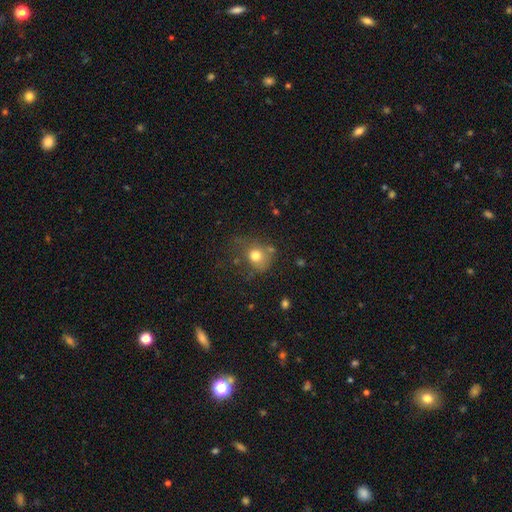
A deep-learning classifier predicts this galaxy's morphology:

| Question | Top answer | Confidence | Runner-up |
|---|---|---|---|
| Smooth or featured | smooth | 75% | featured or disk (13%) |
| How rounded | round | 74% | in between (25%) |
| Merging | none | 49% | minor disturbance (26%) |